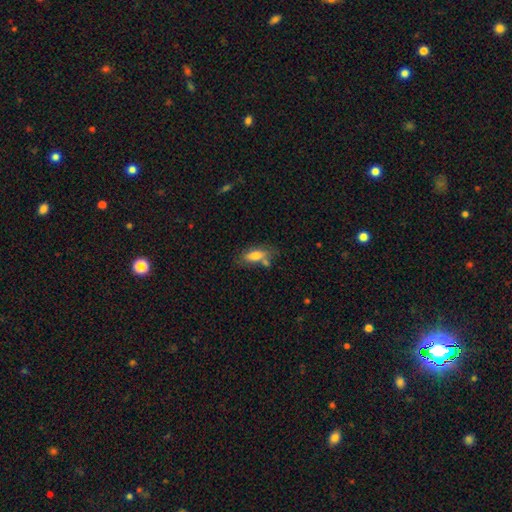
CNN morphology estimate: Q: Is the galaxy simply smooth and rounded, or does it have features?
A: smooth — 73%.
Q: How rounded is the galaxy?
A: in between — 76%.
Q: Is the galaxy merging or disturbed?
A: none — 55%.